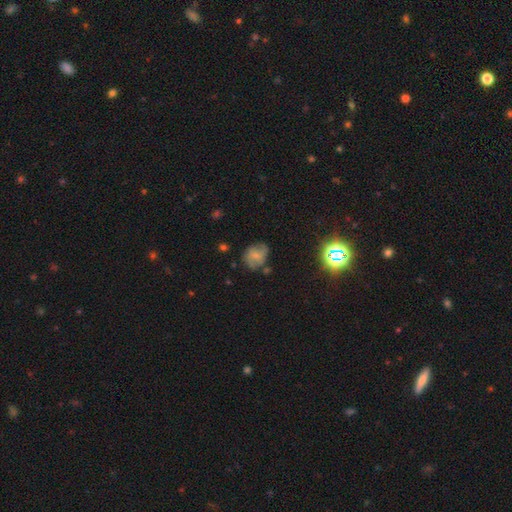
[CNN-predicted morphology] Overall: smooth (58%; featured or disk 30%). How rounded: round (51%; in between 48%). Merging: none (60%; minor disturbance 27%).